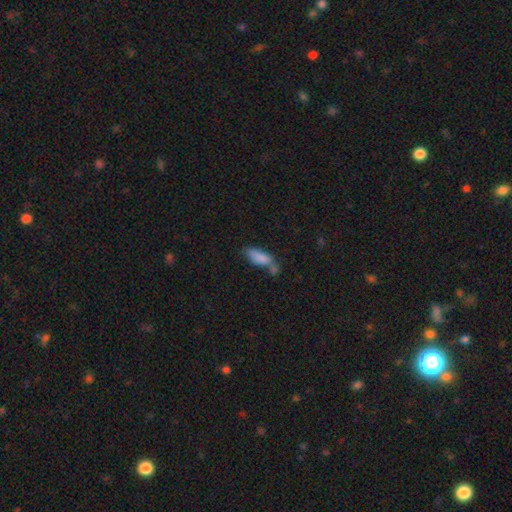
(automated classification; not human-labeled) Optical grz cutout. It shows a smooth galaxy with no disk features (51%) that is in between round and cigar-shaped (67%). Merging: none (68%).